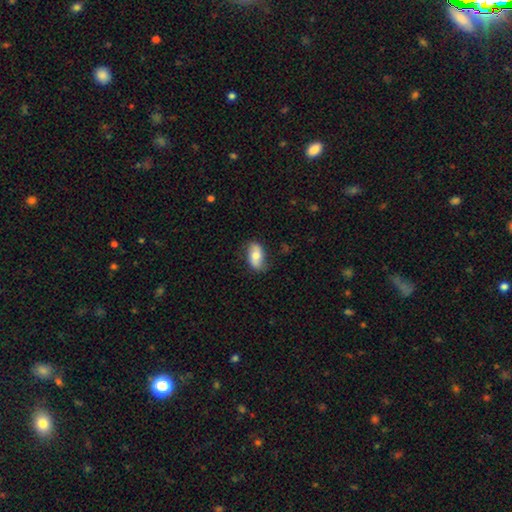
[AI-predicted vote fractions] Morphology: type=smooth (60%); roundness=in between (90%); merging=none (76%).